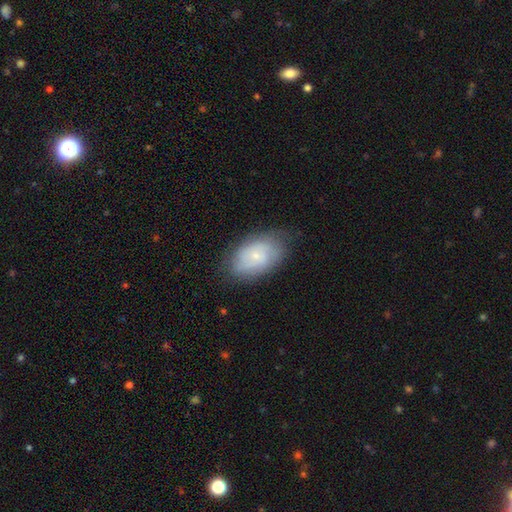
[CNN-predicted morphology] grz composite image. It shows a smooth galaxy with no disk features (50%) that is in between round and cigar-shaped (89%). Merging: none (74%).